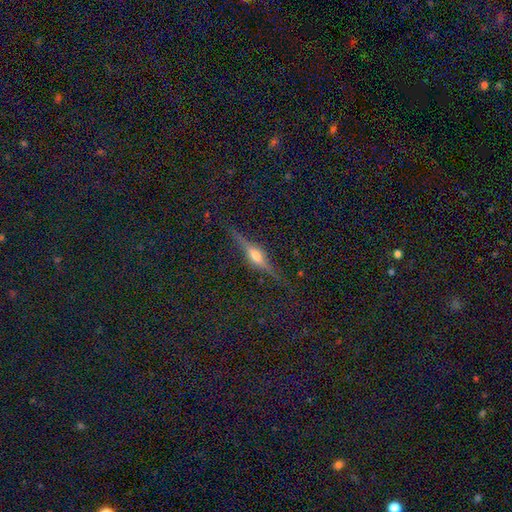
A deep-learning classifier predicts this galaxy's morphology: A featured or disk galaxy (65%) viewed edge-on (90%) with a rounded central bulge (86%).

Vote fractions:
- Smooth or featured? featured or disk: 65% / star or artifact: 17% / smooth: 17%
- Edge-on disk? yes: 90% / no: 10%
- Edge-on bulge? rounded: 86% / boxy: 8% / none: 6%
- Merging? none: 84% / minor disturbance: 10% / major disturbance: 3% / merger: 2%